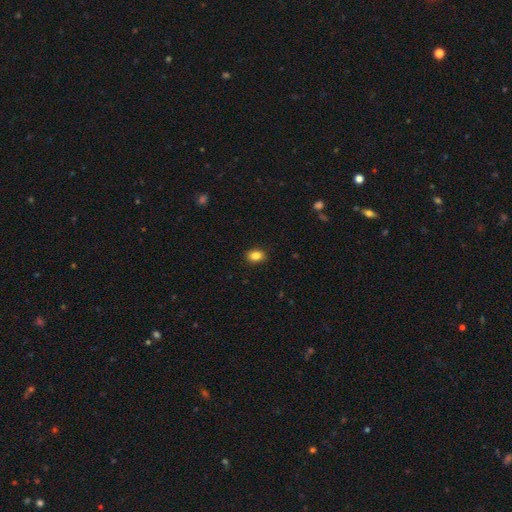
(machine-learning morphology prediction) type=smooth (86%); roundness=in between (73%); merging=none (89%).